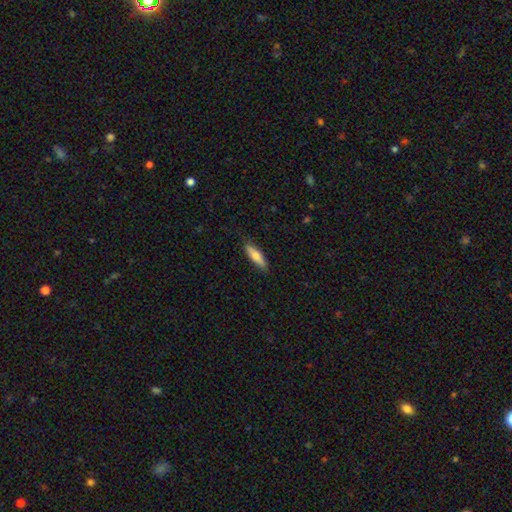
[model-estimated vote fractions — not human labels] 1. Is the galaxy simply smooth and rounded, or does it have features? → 64% smooth, 30% featured or disk, 6% star or artifact.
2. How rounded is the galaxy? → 67% cigar-shaped, 32% in between, 2% round.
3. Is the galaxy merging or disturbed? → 86% none, 11% minor disturbance, 2% major disturbance, 1% merger.